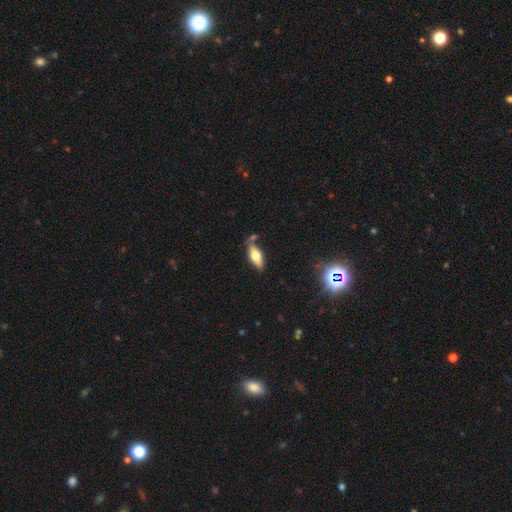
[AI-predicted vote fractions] Smooth or featured? Predicted: smooth (p=0.58). How rounded? Predicted: in between (p=0.75). Merging? Predicted: none (p=0.68).